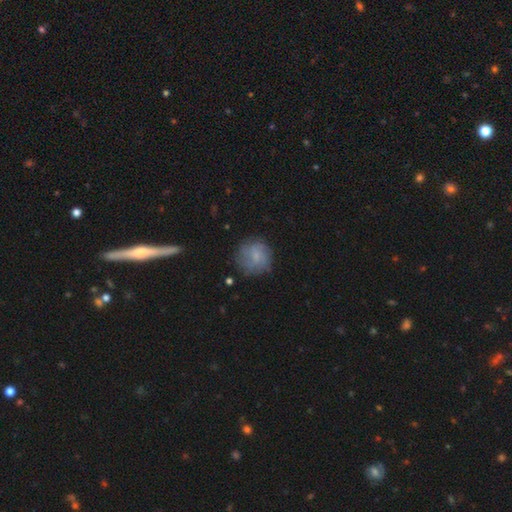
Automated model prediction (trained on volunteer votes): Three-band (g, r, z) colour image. It shows a smooth galaxy with no disk features (57%) that is round (90%). Merging: none (75%).